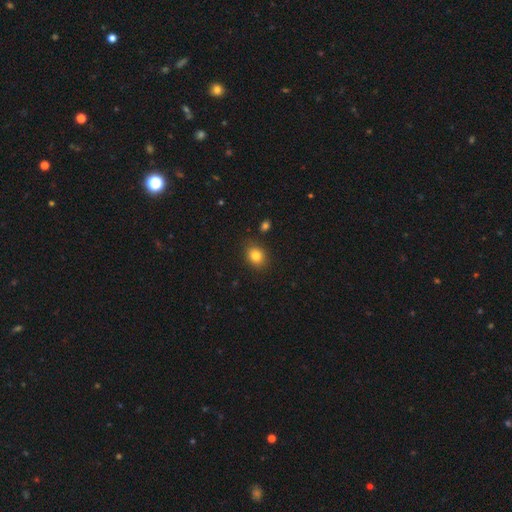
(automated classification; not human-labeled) smooth 83%, star or artifact 11%, featured or disk 7%. Down the decision tree: how rounded — round (57%); merging — none (85%).